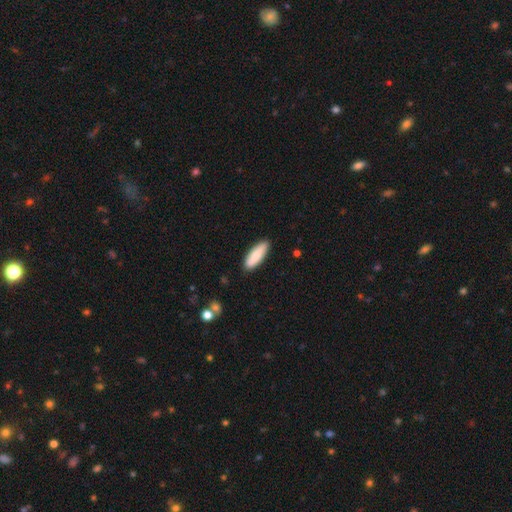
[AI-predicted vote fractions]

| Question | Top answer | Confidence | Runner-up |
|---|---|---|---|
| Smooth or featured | smooth | 80% | featured or disk (15%) |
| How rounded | in between | 55% | cigar-shaped (43%) |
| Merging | none | 87% | minor disturbance (10%) |